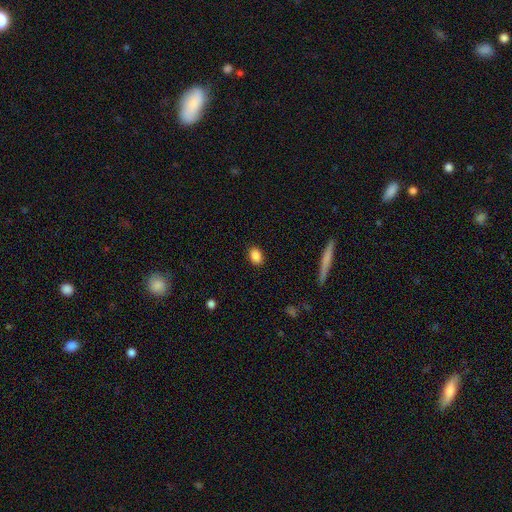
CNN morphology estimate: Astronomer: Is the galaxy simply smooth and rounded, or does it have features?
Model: smooth — 87%.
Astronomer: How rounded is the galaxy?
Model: in between — 71%.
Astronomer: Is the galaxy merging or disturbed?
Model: none — 89%.